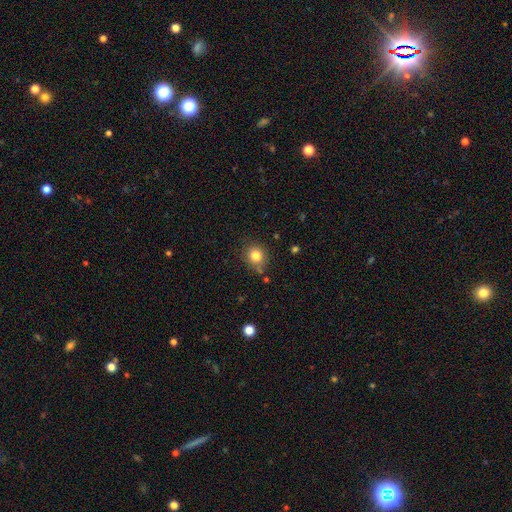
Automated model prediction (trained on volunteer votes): Morphology: type=smooth (81%); roundness=round (87%); merging=none (78%).